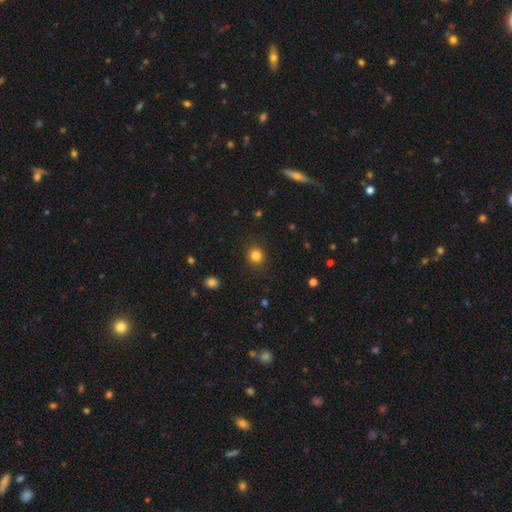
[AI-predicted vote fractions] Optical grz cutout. It shows a smooth galaxy with no disk features (83%) that is round (85%). Merging: none (88%).